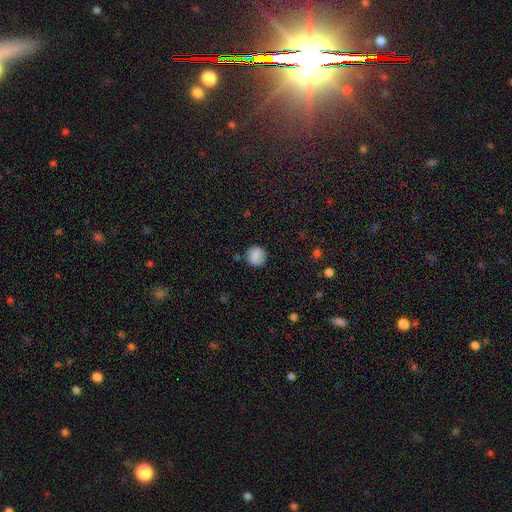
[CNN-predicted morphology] The model was most divided on "merging": none: 80%, minor disturbance: 14%, major disturbance: 4%, merger: 2%. More confident: how rounded — round (87%); smooth or featured — smooth (81%).